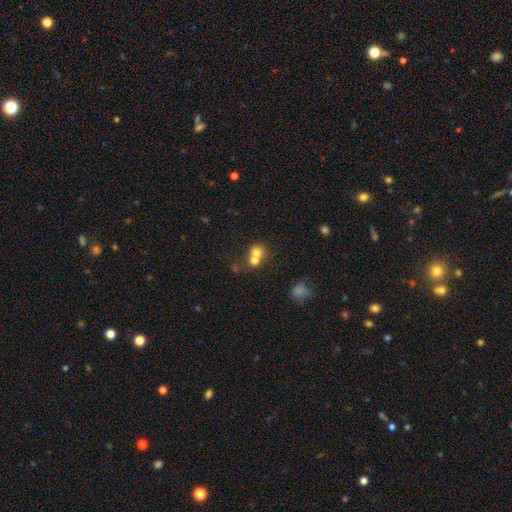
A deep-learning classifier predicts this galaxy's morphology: A smooth galaxy with no disk features (70%) that is round (77%).

Vote fractions:
- Smooth or featured? smooth: 70% / featured or disk: 18% / star or artifact: 12%
- How rounded? round: 77% / in between: 22% / cigar-shaped: 1%
- Merging? merger: 64% / none: 28% / minor disturbance: 5% / major disturbance: 3%